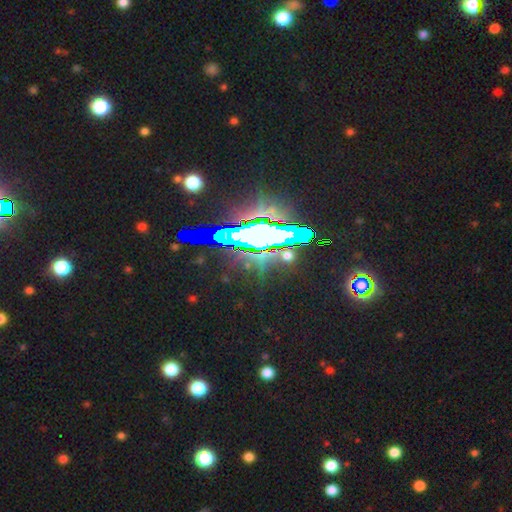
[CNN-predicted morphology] type=star or artifact (63%).